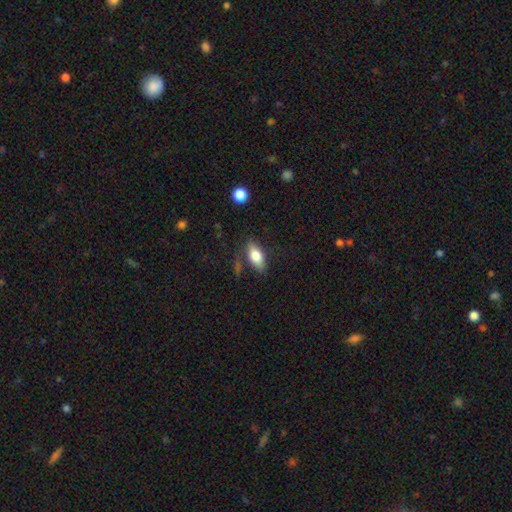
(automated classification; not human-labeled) Smooth or featured? smooth (73%)
How rounded? in between (83%)
Merging? none (74%)